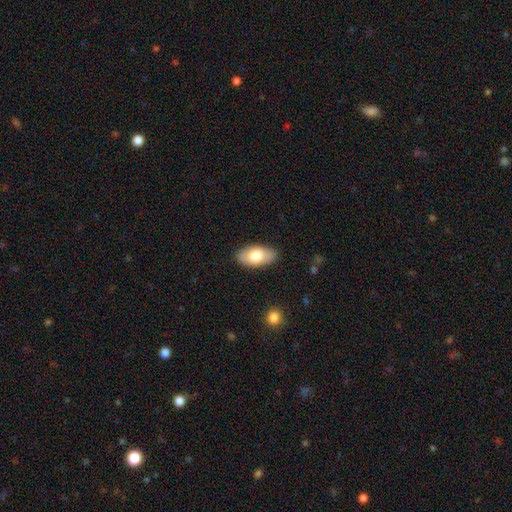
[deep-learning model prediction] A smooth galaxy with no disk features (73%) that is in between round and cigar-shaped (94%). Merging: none (87%).